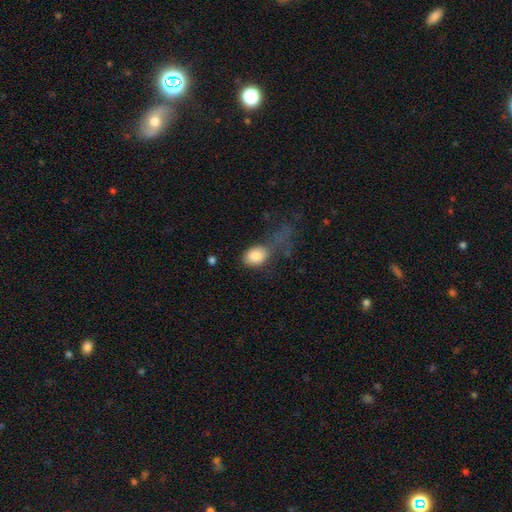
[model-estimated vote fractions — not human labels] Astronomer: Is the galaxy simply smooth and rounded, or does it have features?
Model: smooth — 85%.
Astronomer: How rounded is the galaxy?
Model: in between — 73%.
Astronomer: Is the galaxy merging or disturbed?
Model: major disturbance — 35% (runner-up: none, 33%).